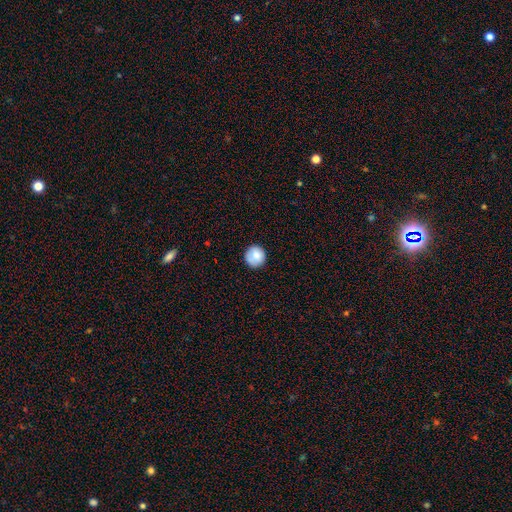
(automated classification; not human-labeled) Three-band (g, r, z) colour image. It shows a smooth galaxy with no disk features (82%) that is round (93%). Merging: none (86%).